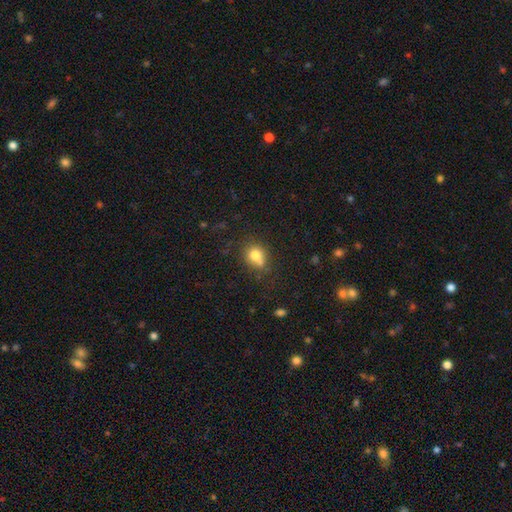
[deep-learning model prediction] Morphology: type=smooth (77%); roundness=round (65%); merging=none (53%).